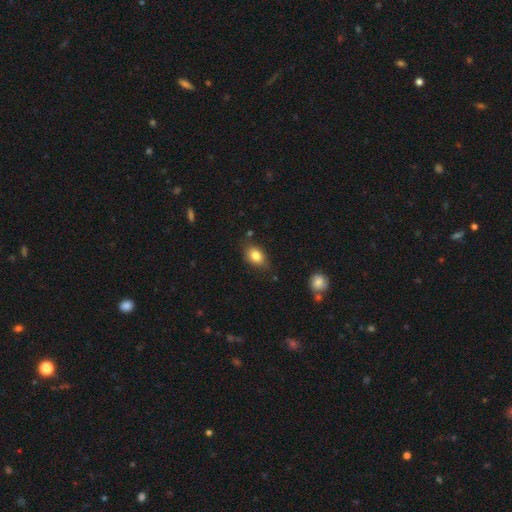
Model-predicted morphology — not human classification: smooth 83%, featured or disk 9%, star or artifact 8%. Down the decision tree: how rounded — in between (81%); merging — none (74%).